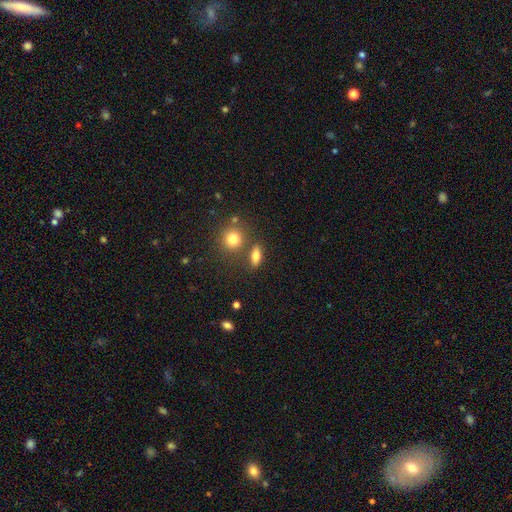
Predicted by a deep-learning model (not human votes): smooth_or_featured: smooth (p=0.75) [alt: featured or disk p=0.14]
how_rounded: in between (p=0.61) [alt: cigar-shaped p=0.20]
merging: none (p=0.75) [alt: minor disturbance p=0.11]